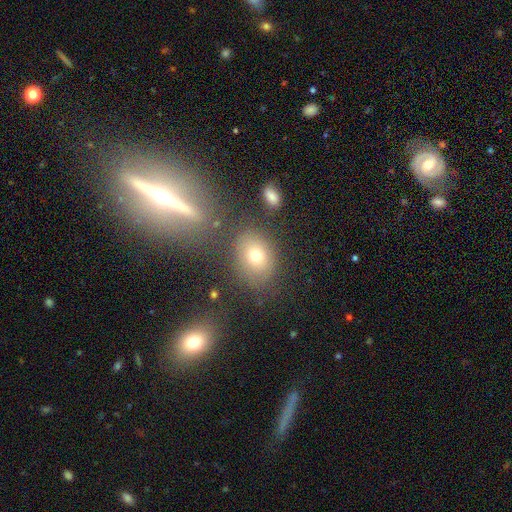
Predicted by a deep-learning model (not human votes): smooth-or-featured: smooth: 69% | featured or disk: 16% | star or artifact: 15%
  how-rounded: in between: 52% | round: 46% | cigar-shaped: 1%
  merging: none: 73% | minor disturbance: 14% | major disturbance: 7% | merger: 6%